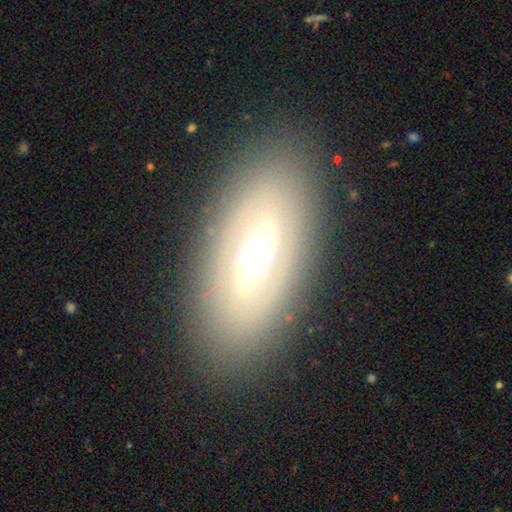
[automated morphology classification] A featured or disk galaxy (69%) with a strong bar (39%), no spiral arms (55%) and a moderate central bulge (58%). Merging: none (84%).